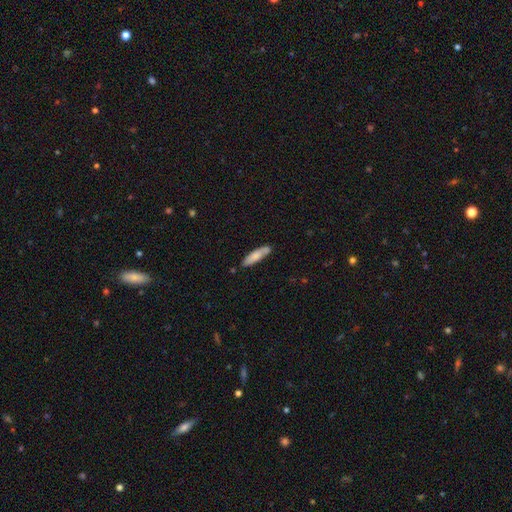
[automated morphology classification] Smooth or featured? Predicted: smooth (p=0.75). How rounded? Predicted: cigar-shaped (p=0.67). Merging? Predicted: none (p=0.69).